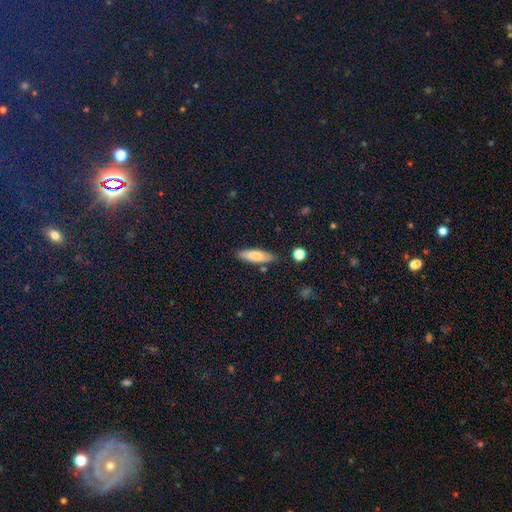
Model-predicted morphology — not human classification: smooth 73%, featured or disk 19%, star or artifact 7%. Down the decision tree: how rounded — cigar-shaped (56%); merging — none (82%).